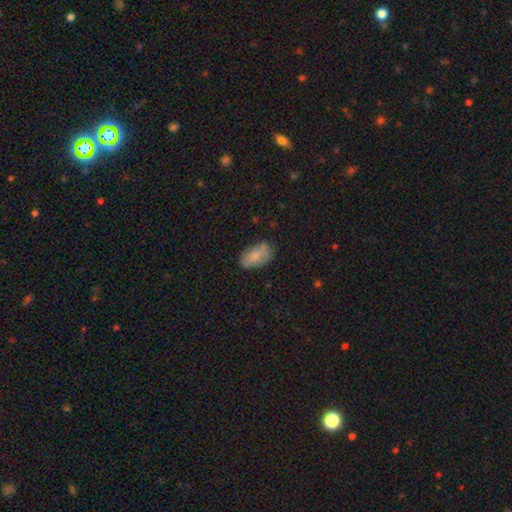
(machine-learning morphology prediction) smooth 75%, featured or disk 18%, star or artifact 7%. Down the decision tree: how rounded — in between (93%); merging — none (67%).